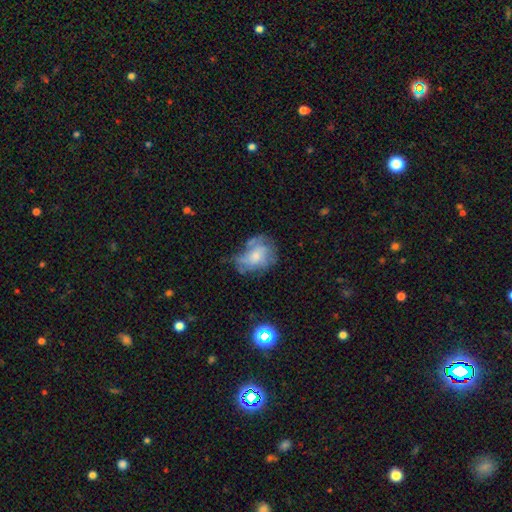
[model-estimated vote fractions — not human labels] Smooth or featured?
  - featured or disk: 55% *
  - smooth: 34%
  - star or artifact: 11%
Edge-on disk?
  - no: 97% *
  - yes: 3%
Bar?
  - no: 76% *
  - weak: 21%
  - strong: 3%
Spiral arms?
  - yes: 61% *
  - no: 39%
Bulge size?
  - small: 41% *
  - moderate: 39%
  - none: 12%
  - large: 7%
  - dominant: 2%
Merging?
  - none: 46% *
  - minor disturbance: 27%
  - major disturbance: 23%
  - merger: 4%